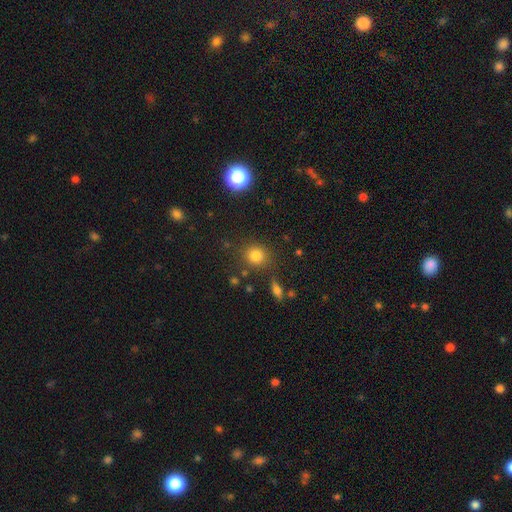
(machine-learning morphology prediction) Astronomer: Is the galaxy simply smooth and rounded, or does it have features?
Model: smooth — 80%.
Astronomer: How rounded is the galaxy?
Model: round — 84%.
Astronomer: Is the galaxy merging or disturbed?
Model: none — 81%.